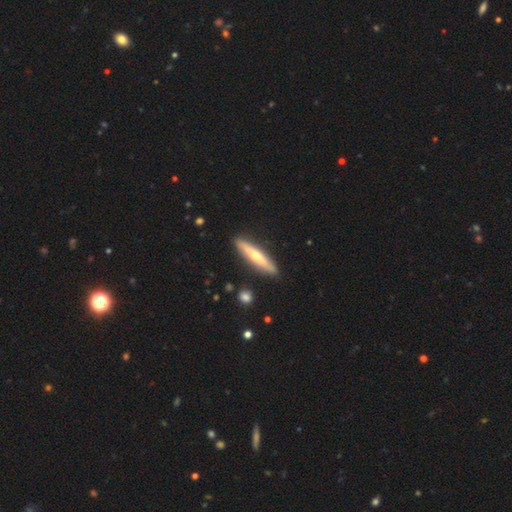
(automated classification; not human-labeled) Overall: featured or disk (51%; smooth 44%). Edge-on disk: yes (92%). Merging: none (90%).